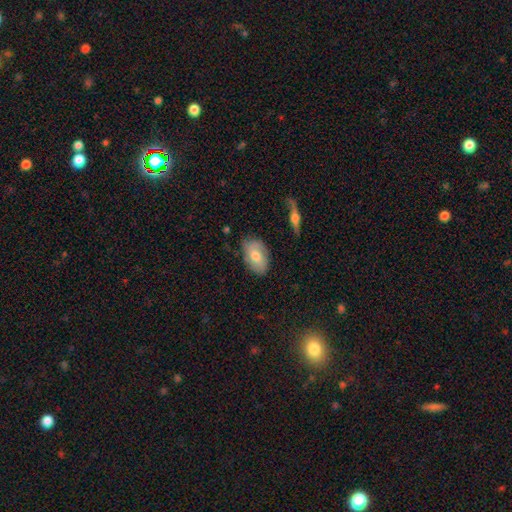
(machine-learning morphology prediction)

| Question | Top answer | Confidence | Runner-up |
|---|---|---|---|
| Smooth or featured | smooth | 63% | featured or disk (30%) |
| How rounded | in between | 91% | round (7%) |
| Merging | none | 74% | minor disturbance (20%) |